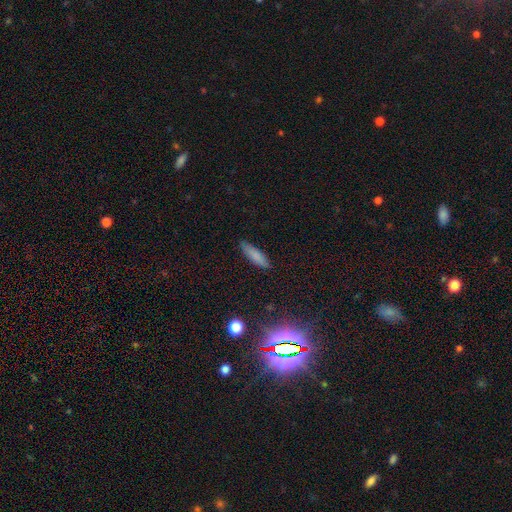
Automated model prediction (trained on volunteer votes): Overall: smooth (81%). How rounded: cigar-shaped (65%; in between 33%). Merging: none (85%).